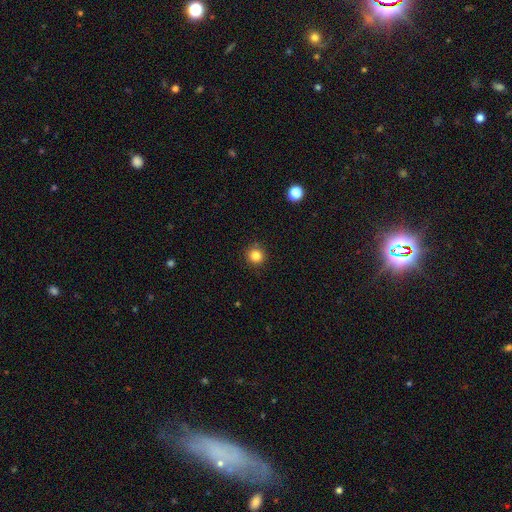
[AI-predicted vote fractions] The model was most divided on "smooth or featured": smooth: 84%, star or artifact: 12%, featured or disk: 4%. More confident: how rounded — round (95%); merging — none (90%).